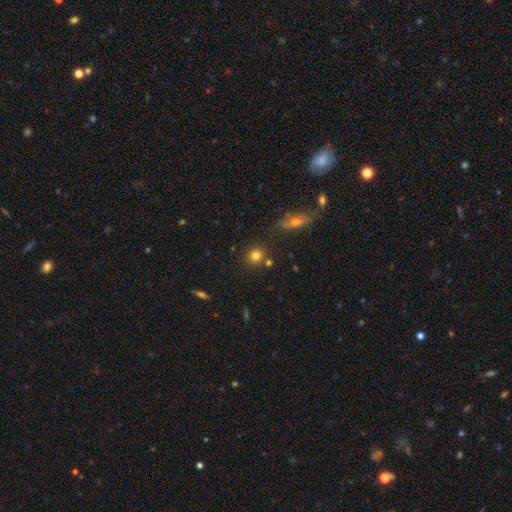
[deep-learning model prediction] smooth 79%, star or artifact 13%, featured or disk 8%. Down the decision tree: how rounded — round (88%); merging — none (79%).